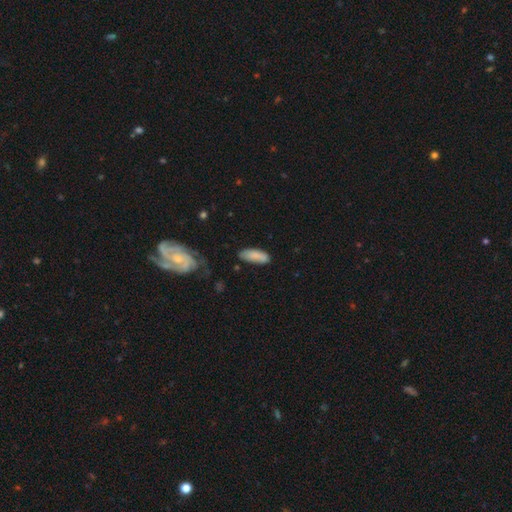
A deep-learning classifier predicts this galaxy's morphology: smooth 84%, featured or disk 10%, star or artifact 7%. Down the decision tree: how rounded — in between (70%); merging — none (72%).